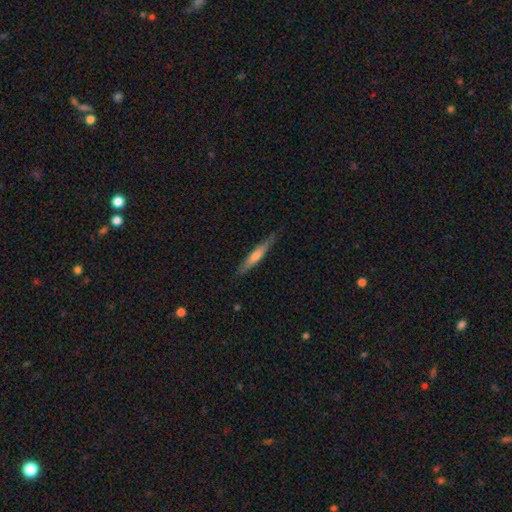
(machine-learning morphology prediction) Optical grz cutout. It shows a smooth galaxy with no disk features (50%) that is cigar-shaped (93%). Merging: none (84%).